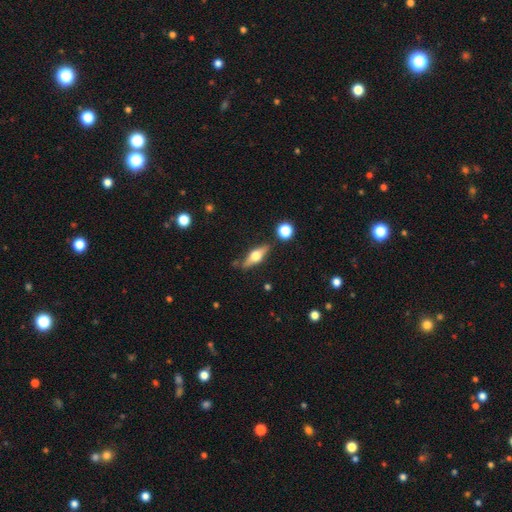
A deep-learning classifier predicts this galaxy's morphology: Smooth or featured: featured or disk — 57% (smooth — 36%)
Edge-on disk: yes — 92% (no — 8%)
Edge-on bulge: rounded — 94% (boxy — 4%)
Merging: none — 81% (minor disturbance — 12%)